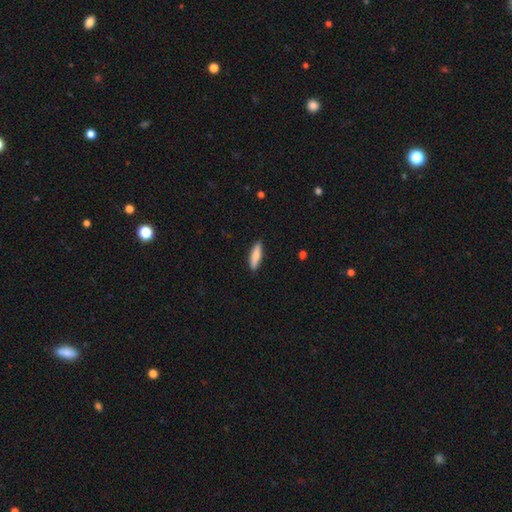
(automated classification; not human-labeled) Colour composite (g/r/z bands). It shows a smooth galaxy with no disk features (81%) that is cigar-shaped (65%). Merging: none (89%).